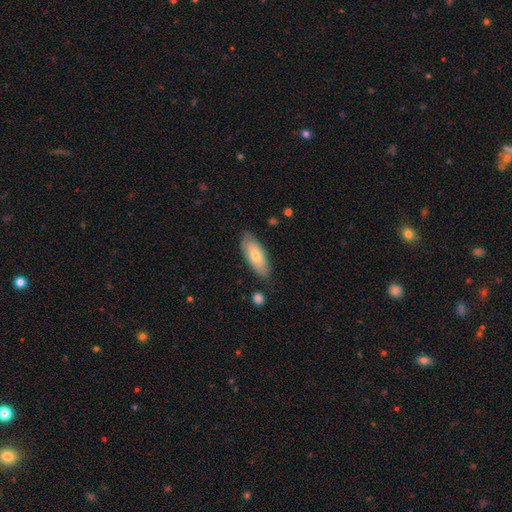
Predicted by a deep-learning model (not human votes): This is likely a smooth galaxy (71%). How rounded: clearly in between (82%). Merging: likely none (78%).